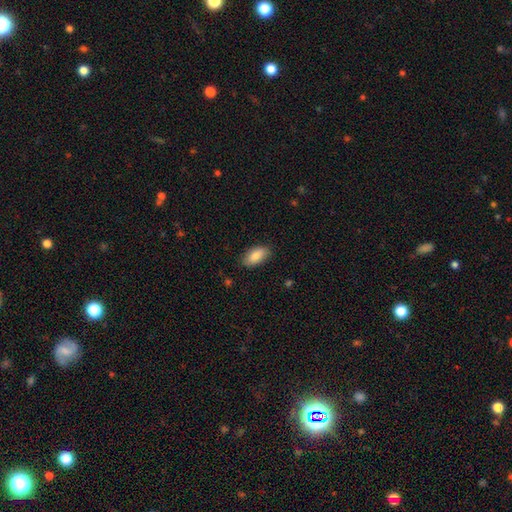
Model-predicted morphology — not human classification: Smooth or featured?
  - smooth: 85% *
  - featured or disk: 8%
  - star or artifact: 7%
How rounded?
  - in between: 92% *
  - cigar-shaped: 5%
  - round: 3%
Merging?
  - none: 86% *
  - minor disturbance: 11%
  - major disturbance: 2%
  - merger: 1%